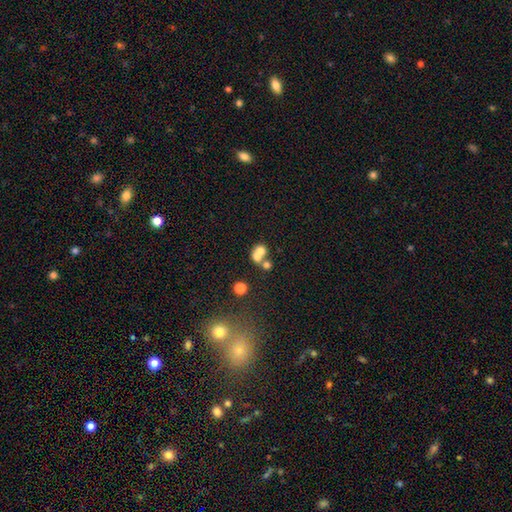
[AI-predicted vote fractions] A smooth galaxy with no disk features (61%) that is round (67%).

Vote fractions:
- Smooth or featured? smooth: 61% / star or artifact: 22% / featured or disk: 17%
- How rounded? round: 67% / in between: 31% / cigar-shaped: 1%
- Merging? merger: 49% / none: 38% / minor disturbance: 8% / major disturbance: 5%